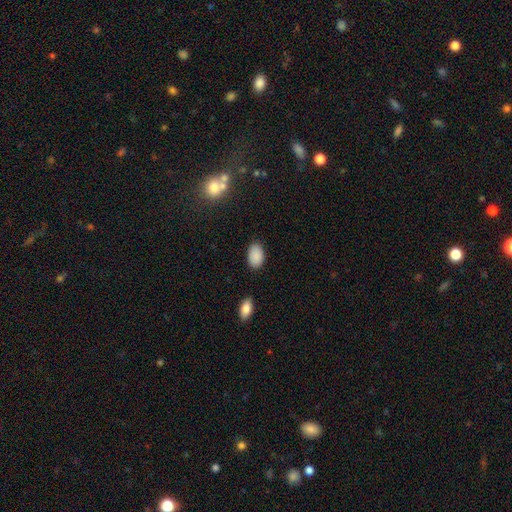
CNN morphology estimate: smooth_or_featured: smooth (p=0.89) [alt: star or artifact p=0.08]
how_rounded: in between (p=0.90) [alt: round p=0.08]
merging: none (p=0.85) [alt: minor disturbance p=0.11]